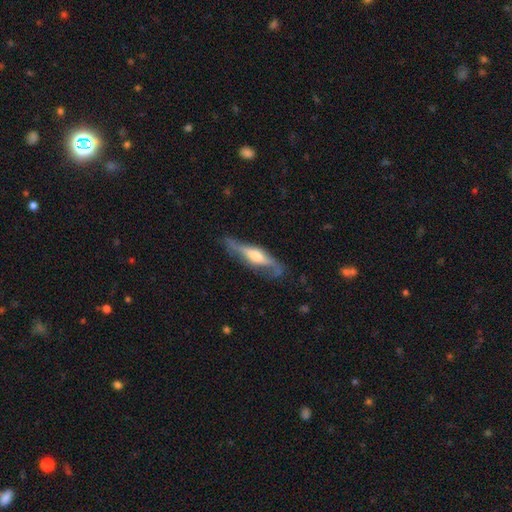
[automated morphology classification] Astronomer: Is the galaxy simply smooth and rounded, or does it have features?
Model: featured or disk — 67%.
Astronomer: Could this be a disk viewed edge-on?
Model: yes — 76%.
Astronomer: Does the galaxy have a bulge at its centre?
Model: rounded — 74%.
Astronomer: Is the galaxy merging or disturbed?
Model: none — 67%.